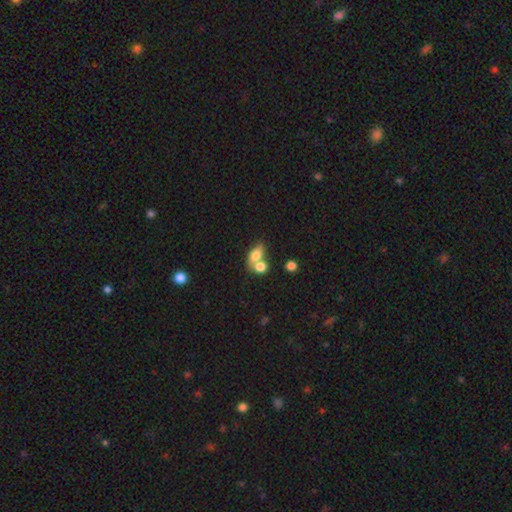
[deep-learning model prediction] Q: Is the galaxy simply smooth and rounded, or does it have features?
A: smooth — 75%.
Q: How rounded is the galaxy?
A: in between — 76%.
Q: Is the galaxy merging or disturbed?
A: merger — 53%.